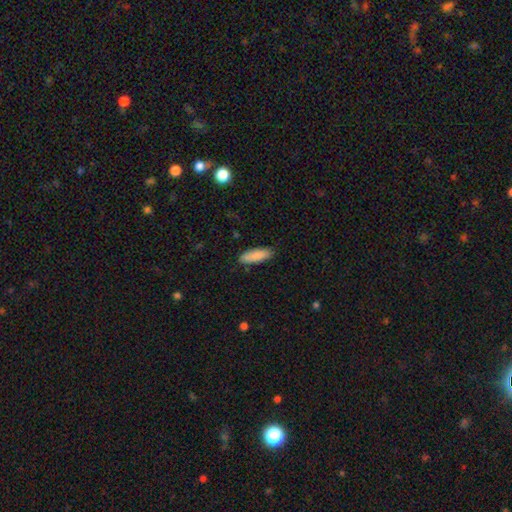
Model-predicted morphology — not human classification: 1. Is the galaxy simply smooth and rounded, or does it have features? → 87% smooth, 7% featured or disk, 6% star or artifact.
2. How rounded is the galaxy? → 59% in between, 40% cigar-shaped, 2% round.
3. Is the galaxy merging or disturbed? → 85% none, 12% minor disturbance, 2% major disturbance, 1% merger.